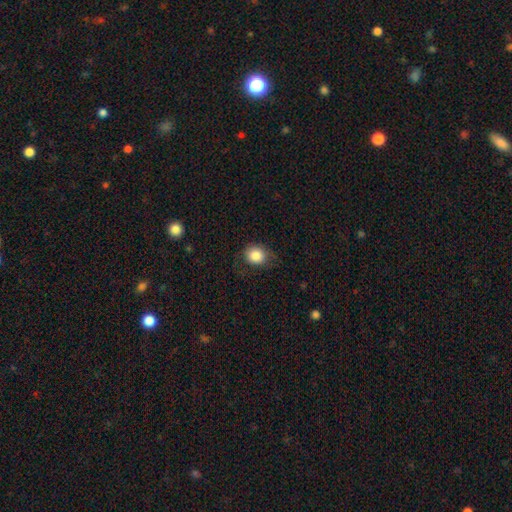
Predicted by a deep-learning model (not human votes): Overall: smooth (85%). How rounded: round (67%; in between 32%). Merging: none (71%).